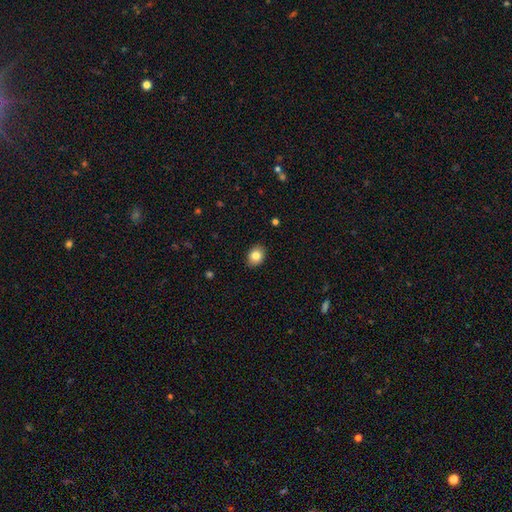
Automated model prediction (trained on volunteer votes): Smooth or featured? Predicted: smooth (p=0.84). How rounded? Predicted: in between (p=0.60). Merging? Predicted: none (p=0.89).